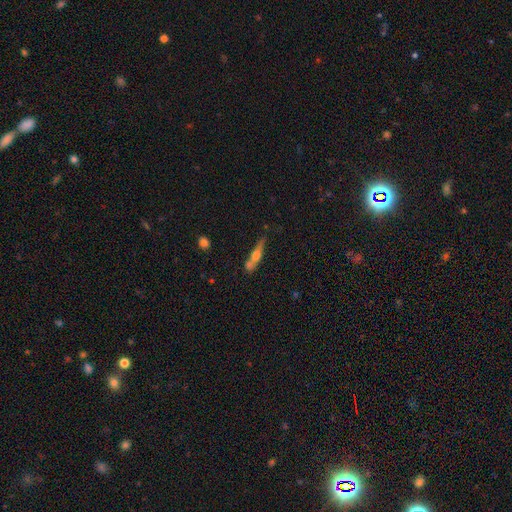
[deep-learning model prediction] Morphology: type=featured or disk (51%); edge-on=yes (88%); merging=none (55%).